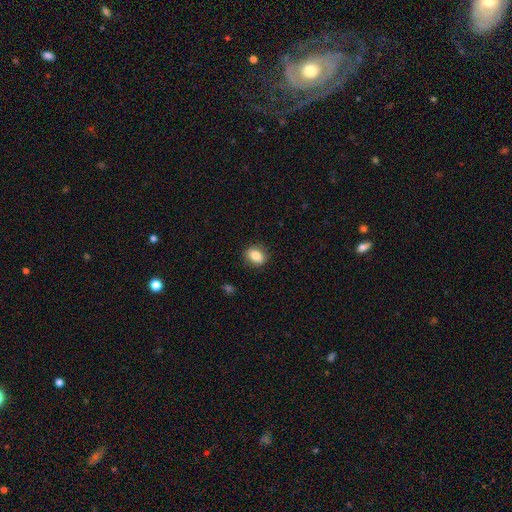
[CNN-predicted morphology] Overall: smooth (82%). How rounded: in between (63%; round 35%). Merging: none (86%).